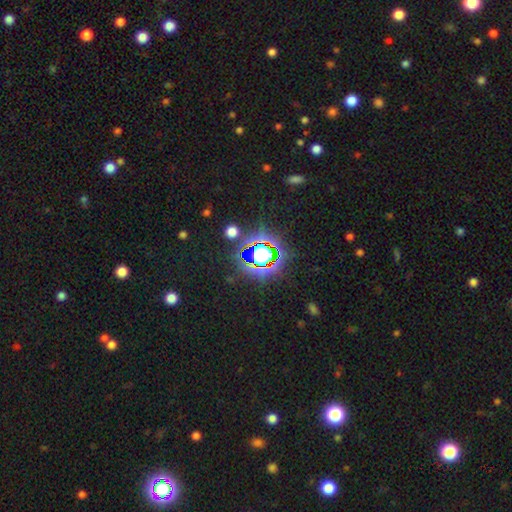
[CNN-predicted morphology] Smooth or featured? star or artifact (74%)